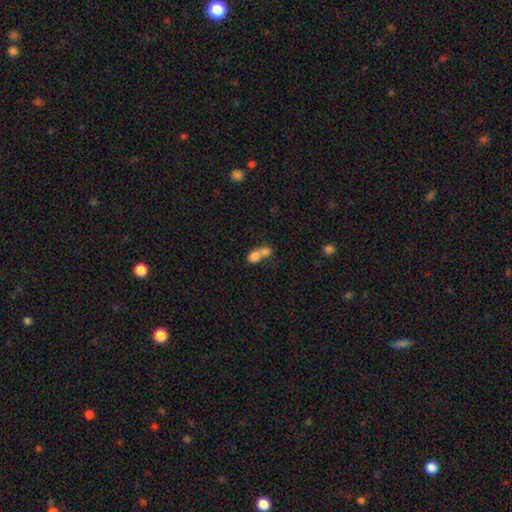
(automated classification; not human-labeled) This appears to be a smooth galaxy with no disk features (75%) that is in between round and cigar-shaped (51%). Merging: merger (73%).